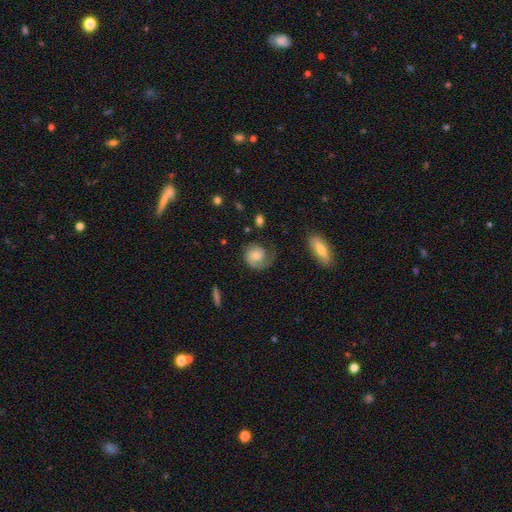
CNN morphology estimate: This appears to be a featured or disk galaxy (70%) with no bar (67%), 1 (53%) tight (43%) spiral arms (95%) and a moderate central bulge (40%). Merging: none (60%).